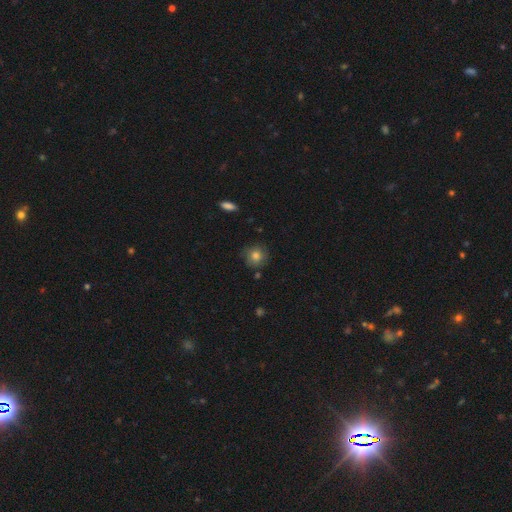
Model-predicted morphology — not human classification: Smooth or featured?
  - smooth: 79% *
  - featured or disk: 11%
  - star or artifact: 10%
How rounded?
  - round: 91% *
  - in between: 8%
  - cigar-shaped: 1%
Merging?
  - none: 81% *
  - minor disturbance: 14%
  - major disturbance: 3%
  - merger: 3%